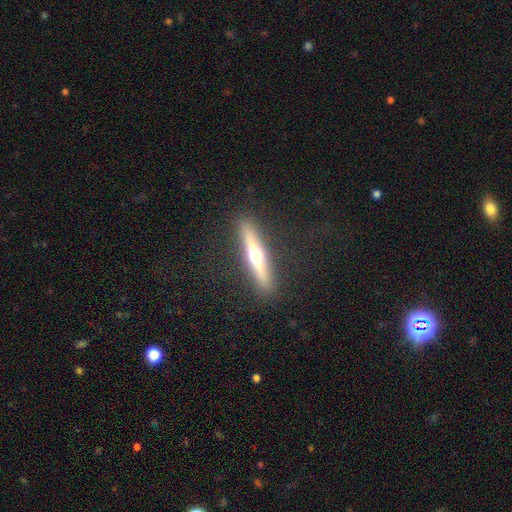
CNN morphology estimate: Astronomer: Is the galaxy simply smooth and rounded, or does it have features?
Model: featured or disk — 68%.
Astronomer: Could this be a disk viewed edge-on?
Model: yes — 96%.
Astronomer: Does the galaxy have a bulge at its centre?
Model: rounded — 94%.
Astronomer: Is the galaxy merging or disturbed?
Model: none — 90%.